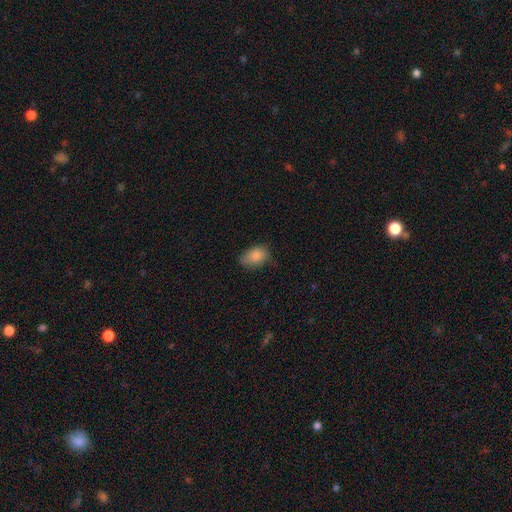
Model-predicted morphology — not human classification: smooth_or_featured: smooth (p=0.85) [alt: star or artifact p=0.08]
how_rounded: in between (p=0.84) [alt: round p=0.15]
merging: none (p=0.64) [alt: minor disturbance p=0.28]